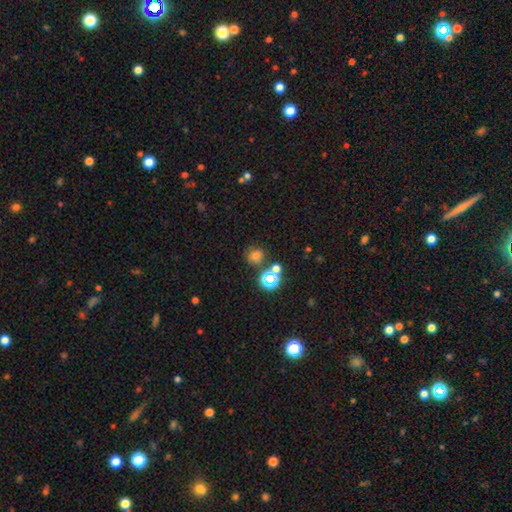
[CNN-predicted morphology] Smooth or featured? smooth (68%)
How rounded? round (83%)
Merging? none (70%)